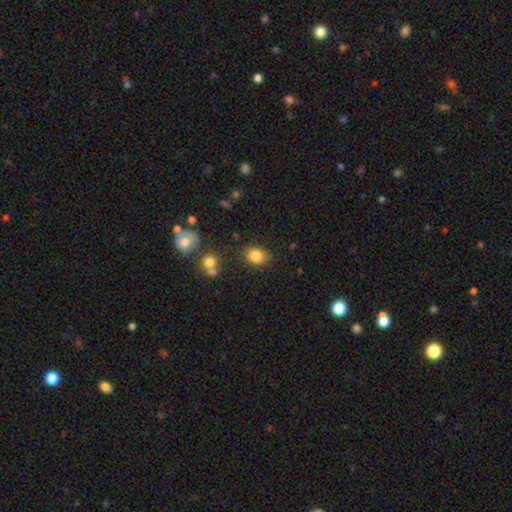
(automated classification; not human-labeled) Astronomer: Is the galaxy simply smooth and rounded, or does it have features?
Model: smooth — 84%.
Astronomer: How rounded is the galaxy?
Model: in between — 50% (runner-up: round, 49%).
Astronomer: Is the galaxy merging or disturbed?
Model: none — 79%.